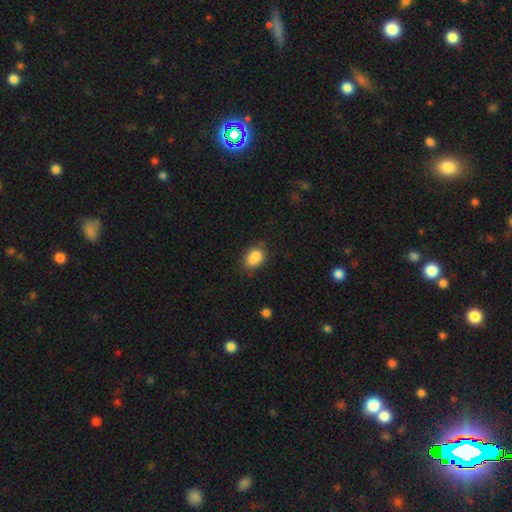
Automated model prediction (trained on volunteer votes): A smooth galaxy with no disk features (85%) that is in between round and cigar-shaped (71%).

Vote fractions:
- Smooth or featured? smooth: 85% / star or artifact: 9% / featured or disk: 6%
- How rounded? in between: 71% / round: 27% / cigar-shaped: 1%
- Merging? none: 68% / minor disturbance: 22% / merger: 5% / major disturbance: 5%